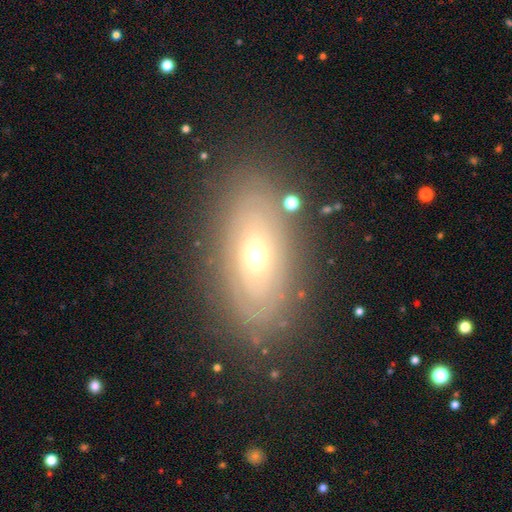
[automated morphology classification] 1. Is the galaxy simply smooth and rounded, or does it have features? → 63% featured or disk, 27% smooth, 10% star or artifact.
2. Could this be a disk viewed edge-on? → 84% no, 16% yes.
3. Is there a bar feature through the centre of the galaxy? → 77% no, 17% weak, 5% strong.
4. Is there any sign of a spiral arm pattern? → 56% yes, 44% no.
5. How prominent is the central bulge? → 58% moderate, 34% small, 5% large, 1% dominant, 1% none.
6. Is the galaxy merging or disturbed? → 81% none, 12% minor disturbance, 5% major disturbance, 2% merger.